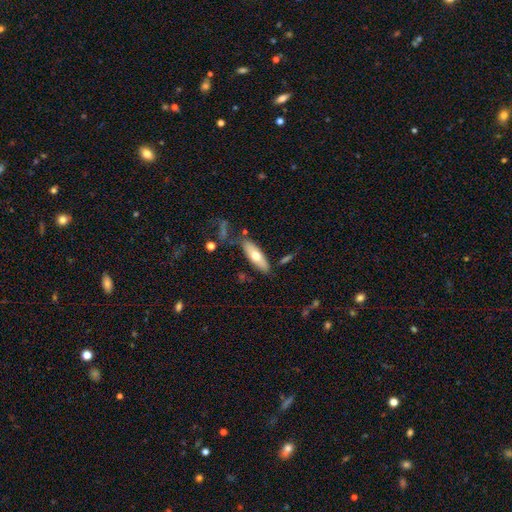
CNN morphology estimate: A smooth galaxy with no disk features (60%) that is in between round and cigar-shaped (56%). Merging: none (76%).